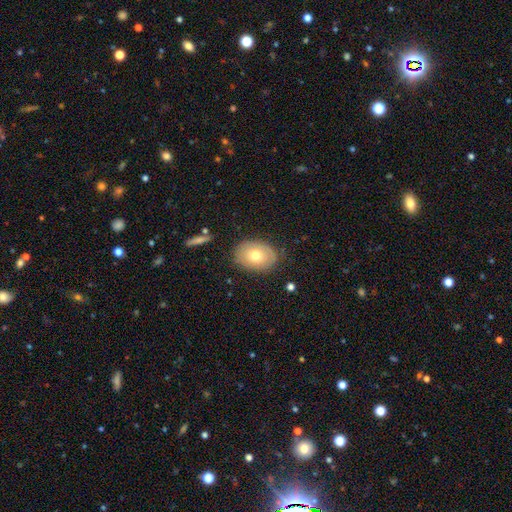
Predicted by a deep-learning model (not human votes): Morphology: type=smooth (66%); roundness=in between (76%); merging=none (81%).